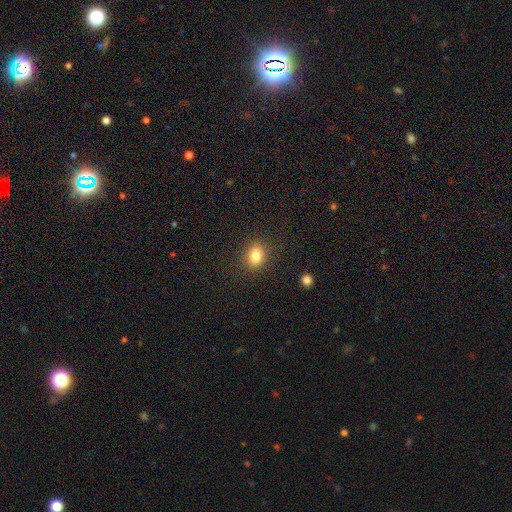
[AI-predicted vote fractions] This is clearly a smooth galaxy (82%). How rounded: possibly in between (50%). Merging: clearly none (87%).